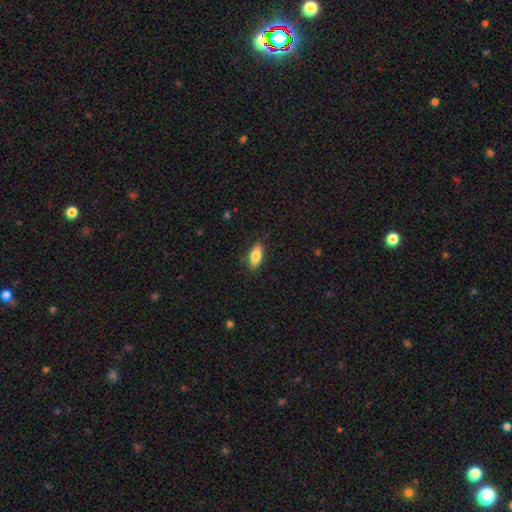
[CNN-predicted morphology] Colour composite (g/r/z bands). It shows a smooth galaxy with no disk features (82%) that is in between round and cigar-shaped (82%). Merging: none (85%).